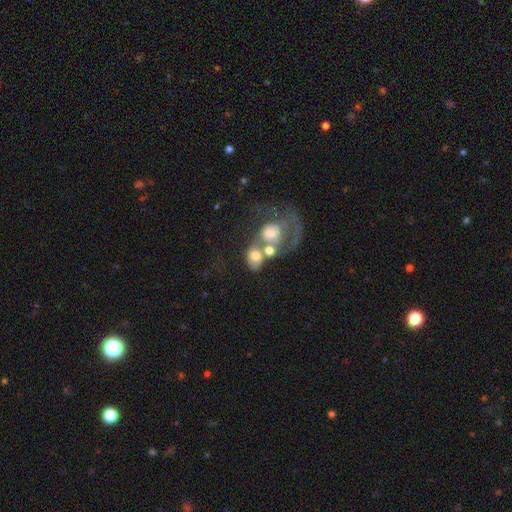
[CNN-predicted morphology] Smooth or featured?
  - smooth: 55% *
  - featured or disk: 35%
  - star or artifact: 10%
How rounded?
  - round: 52% *
  - in between: 47%
  - cigar-shaped: 1%
Merging?
  - merger: 60% *
  - major disturbance: 19%
  - none: 14%
  - minor disturbance: 7%